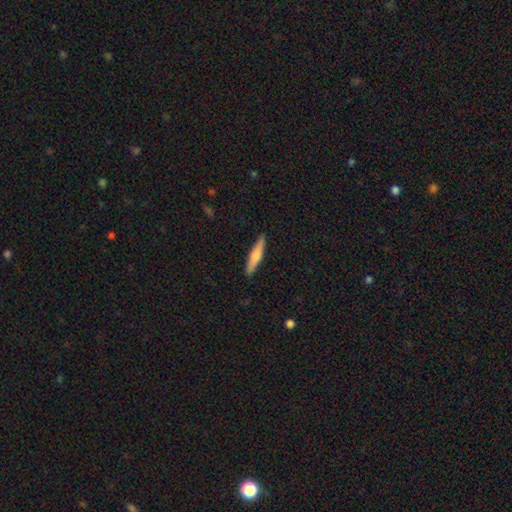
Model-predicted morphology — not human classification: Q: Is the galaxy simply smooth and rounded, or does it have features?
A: smooth — 55%.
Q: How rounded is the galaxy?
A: cigar-shaped — 89%.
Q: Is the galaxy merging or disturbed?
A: none — 91%.